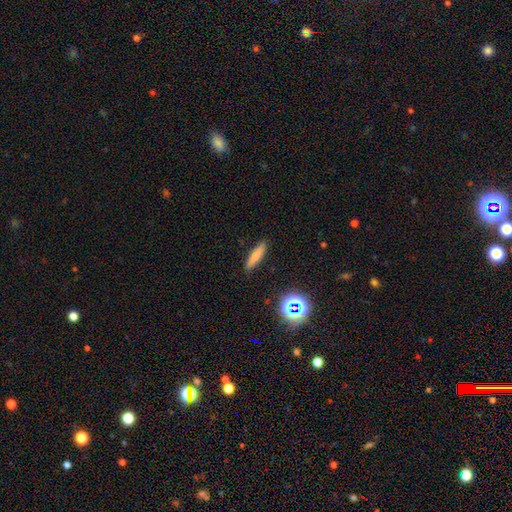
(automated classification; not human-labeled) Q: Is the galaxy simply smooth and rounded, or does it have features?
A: smooth — 76%.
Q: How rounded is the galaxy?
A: cigar-shaped — 82%.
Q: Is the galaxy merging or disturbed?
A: none — 88%.